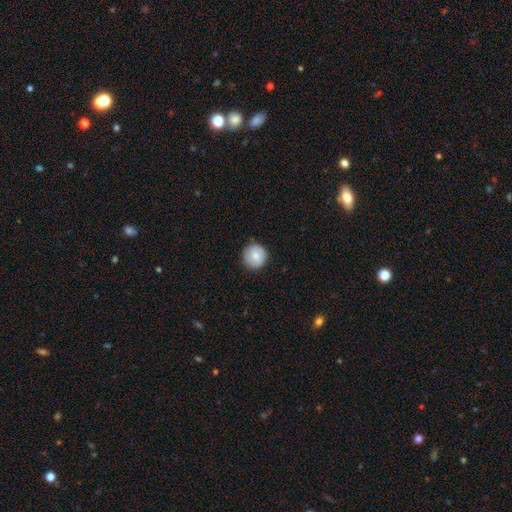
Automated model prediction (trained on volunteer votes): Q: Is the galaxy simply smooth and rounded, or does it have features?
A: smooth — 78%.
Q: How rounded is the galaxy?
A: round — 94%.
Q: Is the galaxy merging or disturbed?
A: none — 85%.